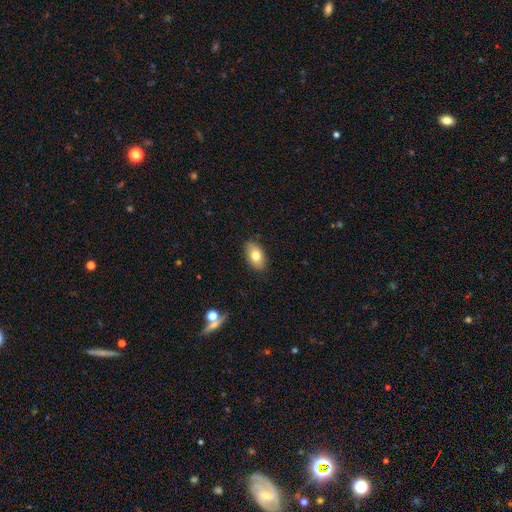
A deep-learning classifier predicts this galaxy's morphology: smooth-or-featured: smooth: 76% | featured or disk: 16% | star or artifact: 8%
  how-rounded: in between: 91% | round: 7% | cigar-shaped: 2%
  merging: none: 87% | minor disturbance: 10% | major disturbance: 2% | merger: 1%